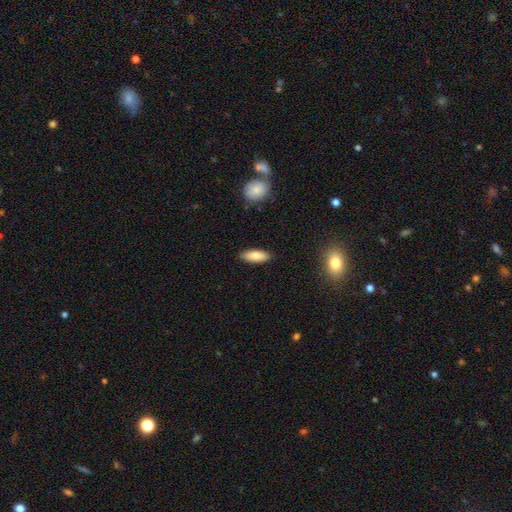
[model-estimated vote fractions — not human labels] smooth_or_featured: smooth (p=0.83) [alt: featured or disk p=0.10]
how_rounded: in between (p=0.73) [alt: cigar-shaped p=0.25]
merging: none (p=0.88) [alt: minor disturbance p=0.09]